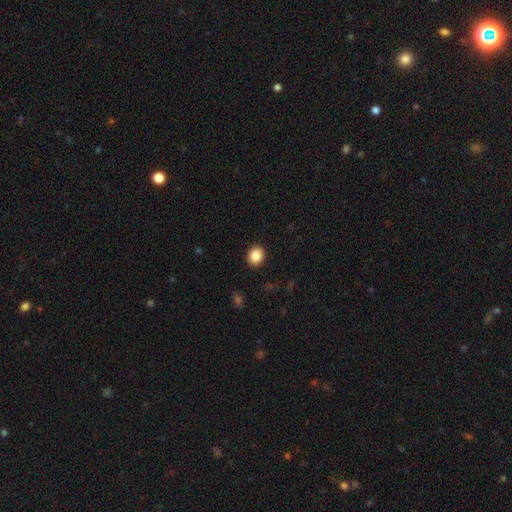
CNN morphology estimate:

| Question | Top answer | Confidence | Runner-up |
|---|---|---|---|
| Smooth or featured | smooth | 85% | star or artifact (9%) |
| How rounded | round | 69% | in between (31%) |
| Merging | none | 91% | minor disturbance (6%) |